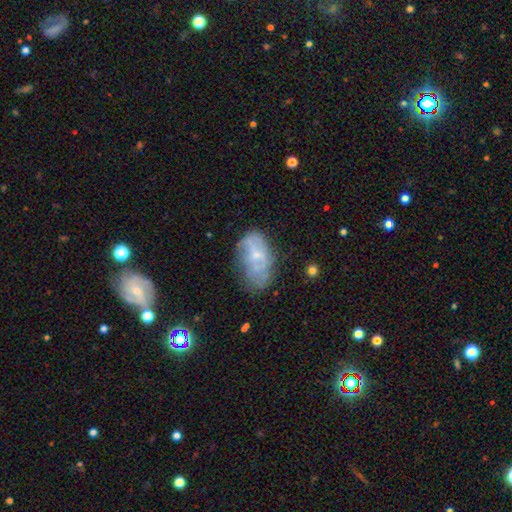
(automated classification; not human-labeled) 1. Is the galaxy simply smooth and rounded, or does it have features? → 49% featured or disk, 41% smooth, 10% star or artifact.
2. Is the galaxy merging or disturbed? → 48% none, 31% minor disturbance, 17% major disturbance, 4% merger.